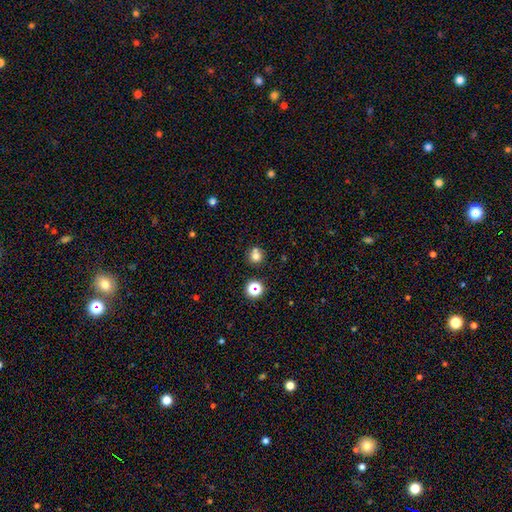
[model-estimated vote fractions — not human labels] Smooth or featured?
  - smooth: 73% *
  - star or artifact: 18%
  - featured or disk: 10%
How rounded?
  - round: 88% *
  - in between: 11%
  - cigar-shaped: 1%
Merging?
  - none: 62% *
  - merger: 25%
  - minor disturbance: 10%
  - major disturbance: 4%